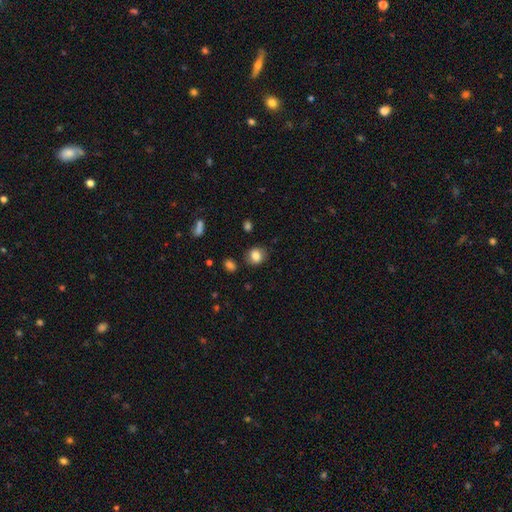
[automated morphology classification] The model was most divided on "how rounded": round: 70%, in between: 29%, cigar-shaped: 1%. More confident: smooth or featured — smooth (83%); merging — none (82%).